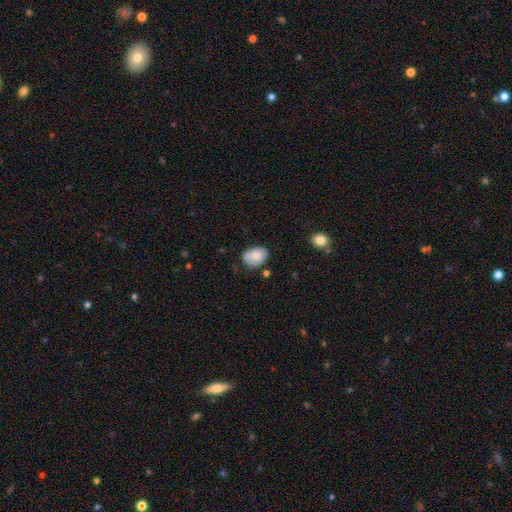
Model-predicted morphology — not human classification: This is likely a smooth galaxy (68%). How rounded: likely in between (77%). Merging: likely none (62%).